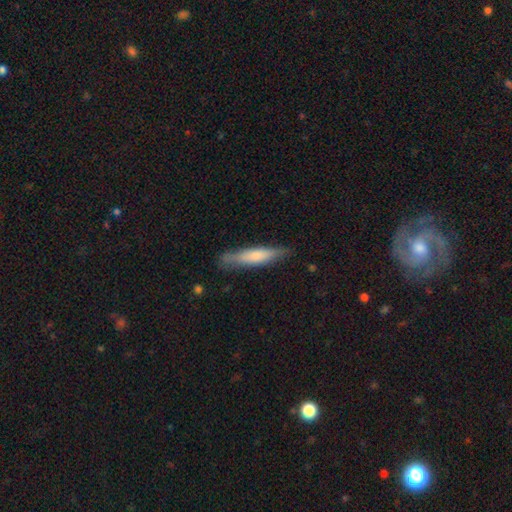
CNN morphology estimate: Smooth or featured: smooth — 65% (featured or disk — 29%)
How rounded: cigar-shaped — 87% (in between — 11%)
Merging: none — 82% (minor disturbance — 14%)